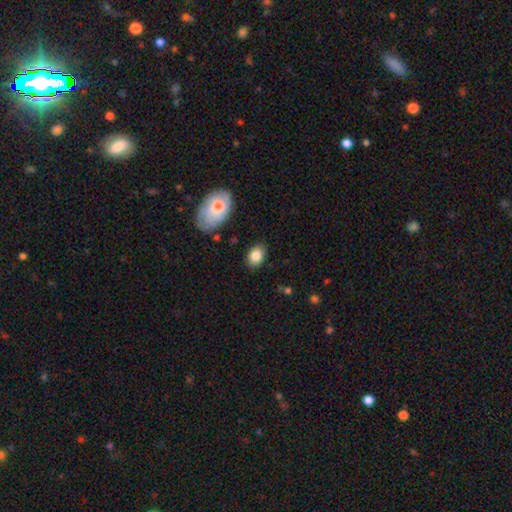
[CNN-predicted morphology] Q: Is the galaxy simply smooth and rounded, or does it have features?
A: smooth — 84%.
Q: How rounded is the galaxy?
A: in between — 80%.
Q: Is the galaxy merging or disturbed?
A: none — 86%.